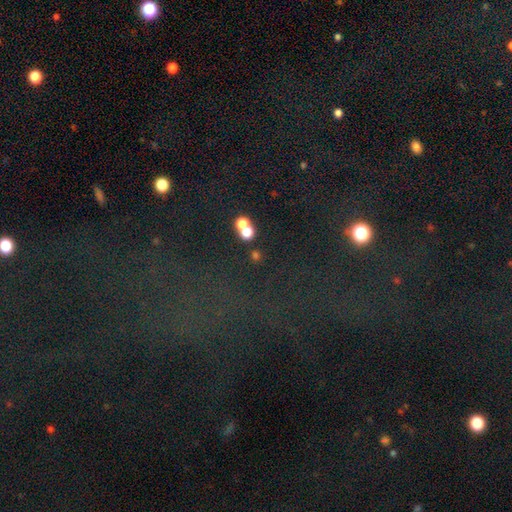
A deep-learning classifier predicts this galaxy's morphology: This appears to be a smooth galaxy with no disk features (55%) that is round (80%). Merging: none (57%).